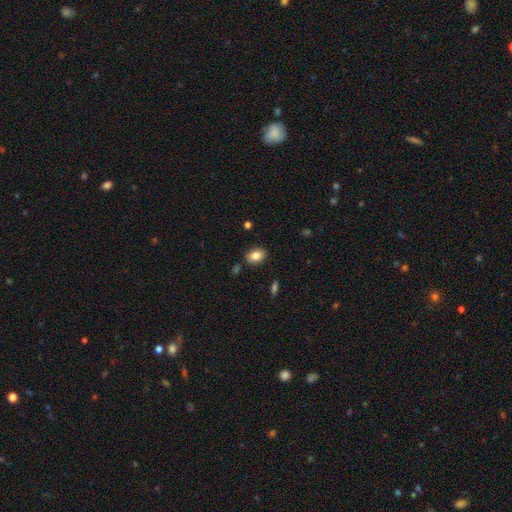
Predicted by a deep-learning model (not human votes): A smooth galaxy with no disk features (84%) that is in between round and cigar-shaped (77%). Merging: none (84%).